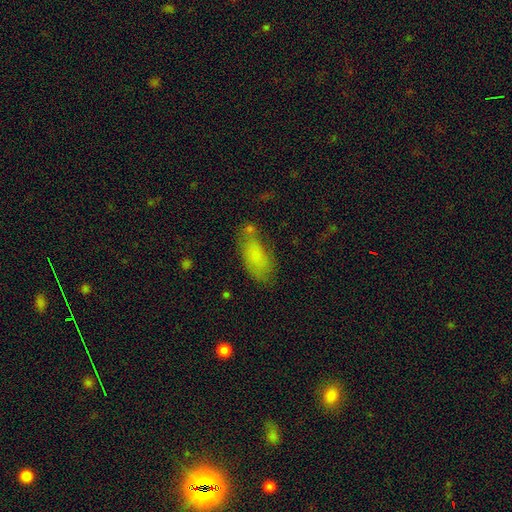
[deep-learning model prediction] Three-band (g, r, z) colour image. It shows a smooth galaxy with no disk features (76%) that is in between round and cigar-shaped (84%). Merging: none (57%).